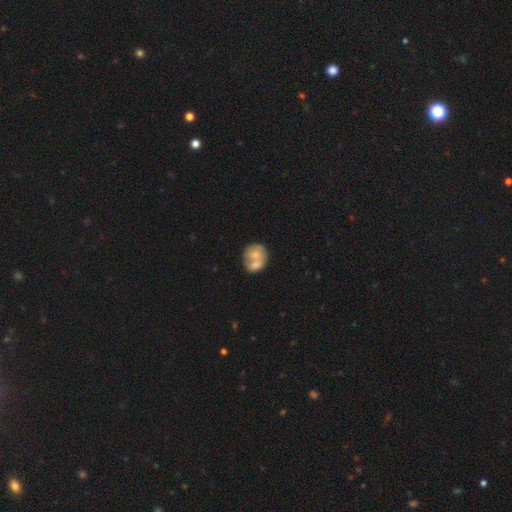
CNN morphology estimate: A smooth galaxy with no disk features (62%) that is round (69%).

Vote fractions:
- Smooth or featured? smooth: 62% / featured or disk: 31% / star or artifact: 6%
- How rounded? round: 69% / in between: 30% / cigar-shaped: 1%
- Merging? merger: 62% / none: 25% / minor disturbance: 9% / major disturbance: 4%